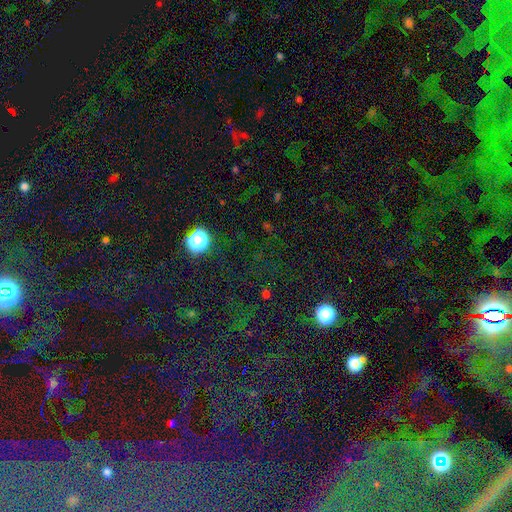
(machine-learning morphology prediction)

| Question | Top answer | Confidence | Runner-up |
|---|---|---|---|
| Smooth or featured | star or artifact | 74% | smooth (16%) |